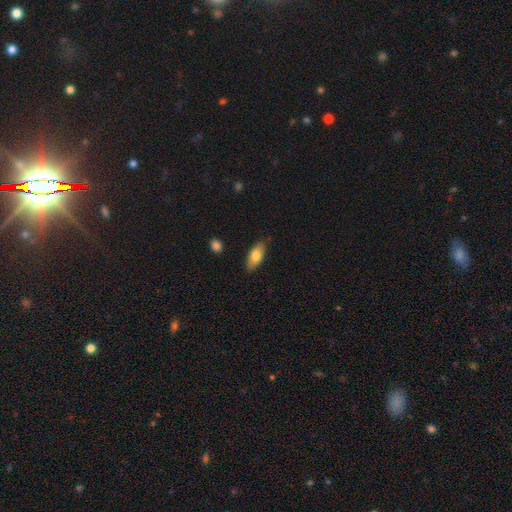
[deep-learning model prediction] A smooth galaxy with no disk features (78%) that is in between round and cigar-shaped (85%). Merging: none (84%).